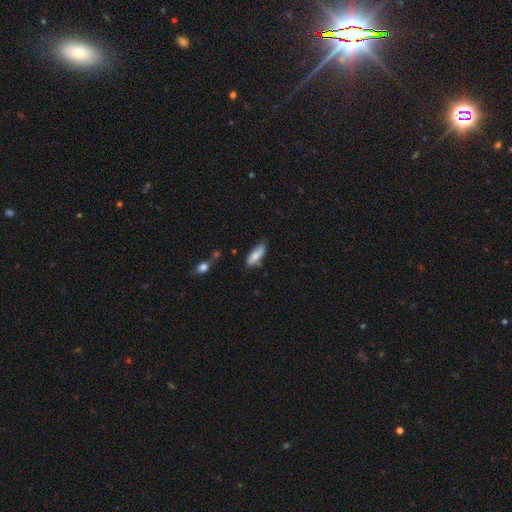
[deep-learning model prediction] Smooth or featured? smooth (78%)
How rounded? in between (71%)
Merging? none (65%)